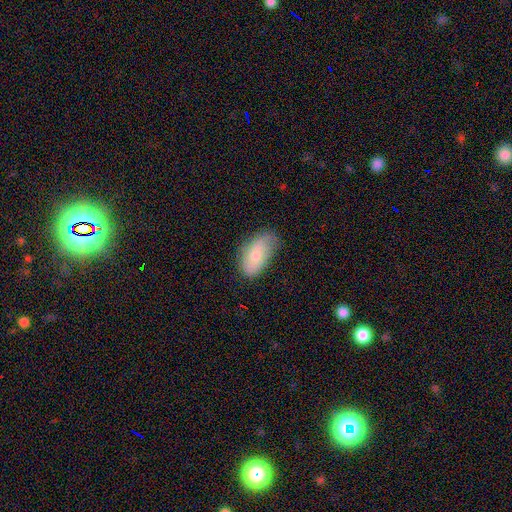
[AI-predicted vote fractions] Smooth or featured? Predicted: smooth (p=0.71). How rounded? Predicted: in between (p=0.94). Merging? Predicted: none (p=0.62).